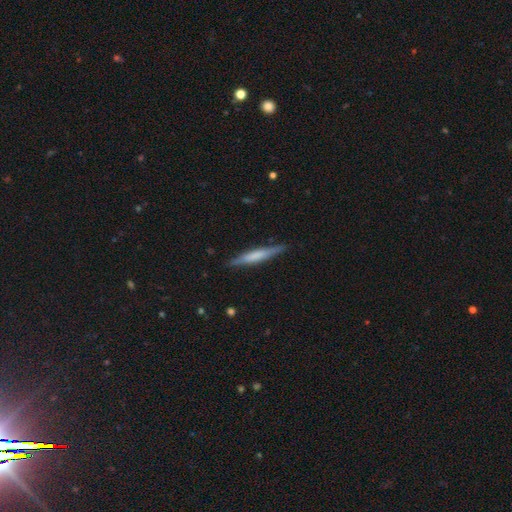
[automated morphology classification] This appears to be a smooth galaxy with no disk features (48%). Merging: none (87%).